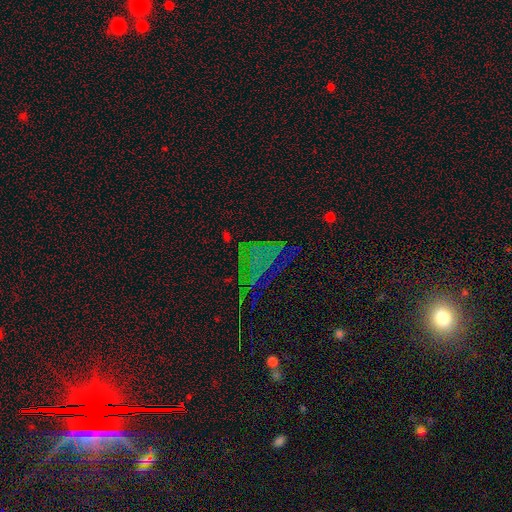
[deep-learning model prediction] This is possibly a star or artifact rather than a galaxy (55%).